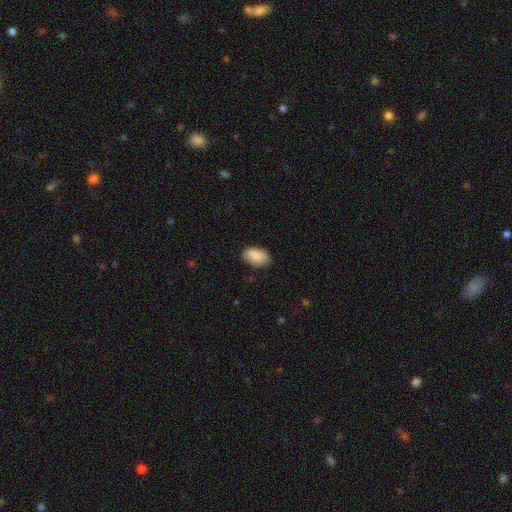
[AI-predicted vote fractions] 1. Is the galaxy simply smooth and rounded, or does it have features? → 89% smooth, 6% star or artifact, 4% featured or disk.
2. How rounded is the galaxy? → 93% in between, 6% round, 1% cigar-shaped.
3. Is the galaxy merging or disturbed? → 83% none, 14% minor disturbance, 3% major disturbance, 1% merger.